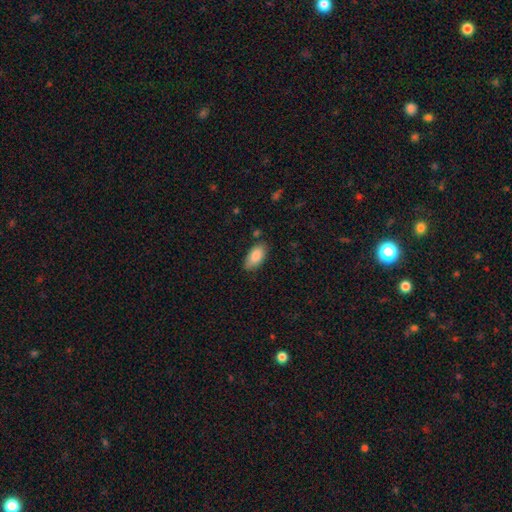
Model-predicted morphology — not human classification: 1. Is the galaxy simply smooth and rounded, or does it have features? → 87% smooth, 7% featured or disk, 6% star or artifact.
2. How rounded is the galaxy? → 92% in between, 6% cigar-shaped, 2% round.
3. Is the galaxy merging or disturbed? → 78% none, 17% minor disturbance, 3% major disturbance, 2% merger.